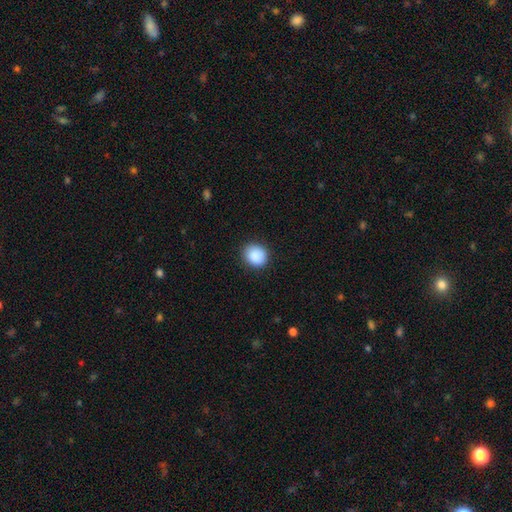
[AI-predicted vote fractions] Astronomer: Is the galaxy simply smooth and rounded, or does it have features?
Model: smooth — 89%.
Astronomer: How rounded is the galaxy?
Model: round — 78%.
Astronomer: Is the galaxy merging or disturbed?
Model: none — 88%.